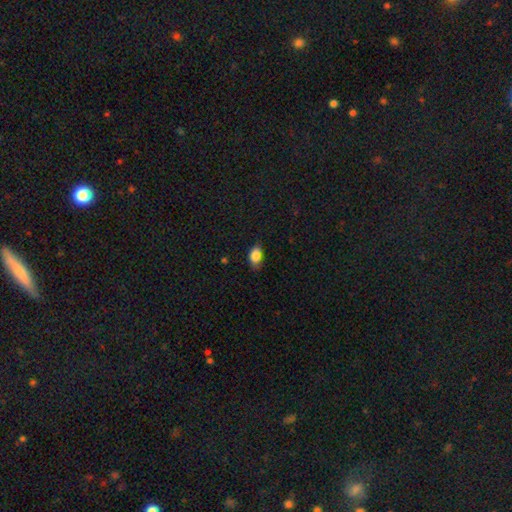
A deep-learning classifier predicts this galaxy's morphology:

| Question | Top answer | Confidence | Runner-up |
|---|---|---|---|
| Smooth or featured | smooth | 85% | star or artifact (9%) |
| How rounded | in between | 86% | round (12%) |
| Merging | none | 64% | minor disturbance (29%) |